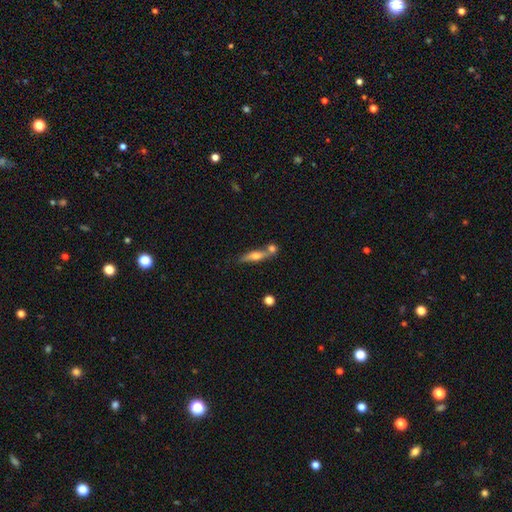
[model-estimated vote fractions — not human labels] Smooth or featured?
  - smooth: 55% *
  - featured or disk: 38%
  - star or artifact: 7%
How rounded?
  - cigar-shaped: 68% *
  - in between: 28%
  - round: 4%
Merging?
  - none: 53% *
  - merger: 31%
  - minor disturbance: 12%
  - major disturbance: 4%